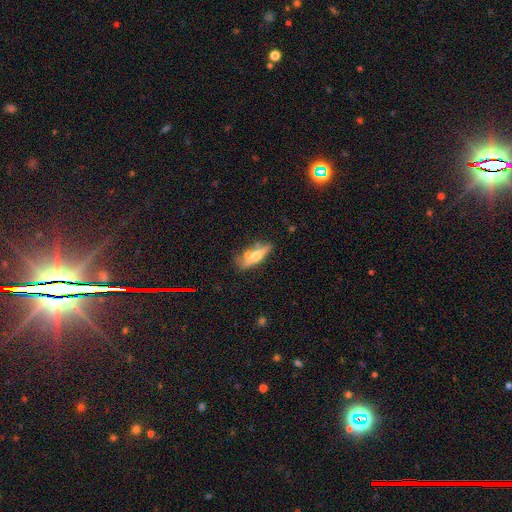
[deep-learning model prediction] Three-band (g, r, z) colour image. It shows a featured or disk galaxy (51%) viewed edge-on (83%). Merging: none (59%).